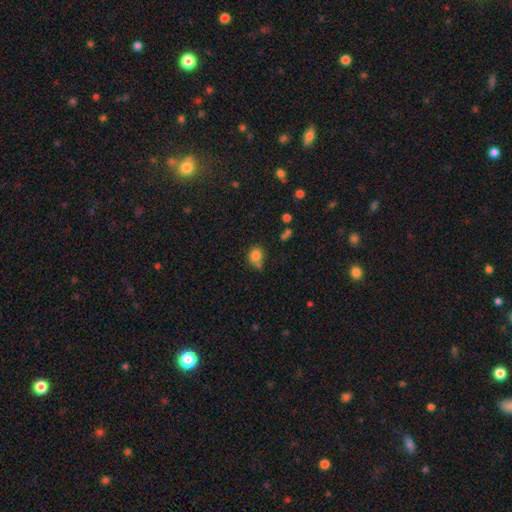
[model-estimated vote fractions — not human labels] smooth_or_featured: smooth (p=0.80) [alt: star or artifact p=0.12]
how_rounded: round (p=0.66) [alt: in between p=0.33]
merging: none (p=0.47) [alt: minor disturbance p=0.24]